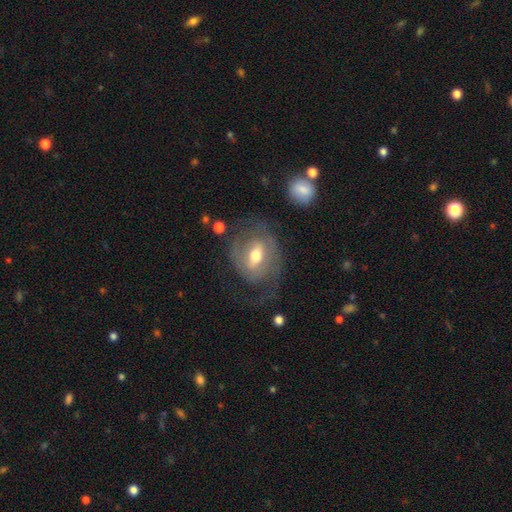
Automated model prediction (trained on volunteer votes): This is likely a featured or disk galaxy (69%). It is clearly not viewed edge-on (95%). Bar: possibly weak (45%). Spiral arm pattern: likely yes (69%). Central bulge: likely moderate (73%). Merging: possibly none (51%).